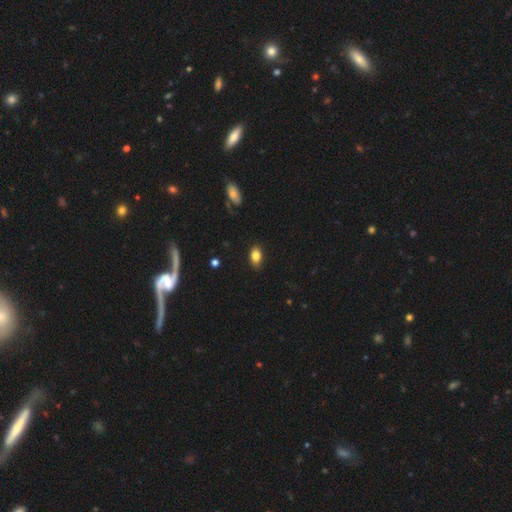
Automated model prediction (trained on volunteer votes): This is clearly a smooth galaxy (83%). How rounded: clearly in between (86%). Merging: clearly none (85%).